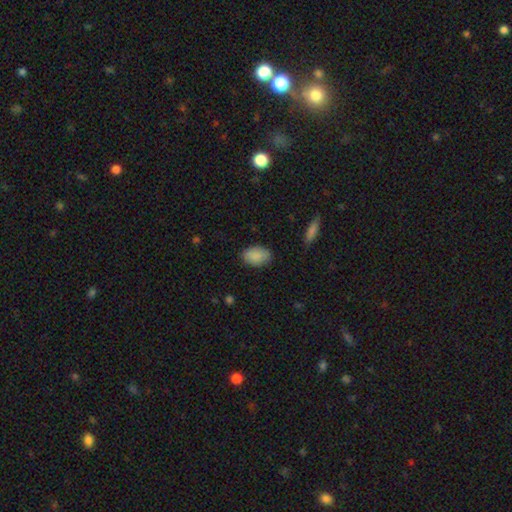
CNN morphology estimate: type=smooth (88%); roundness=in between (89%); merging=none (81%).